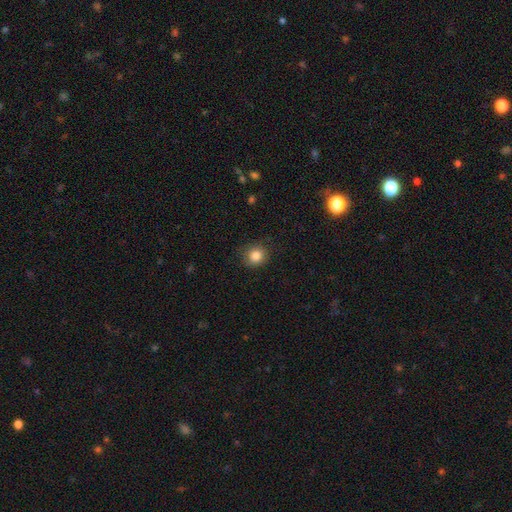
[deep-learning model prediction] A smooth galaxy with no disk features (85%) that is round (88%). Merging: none (85%).